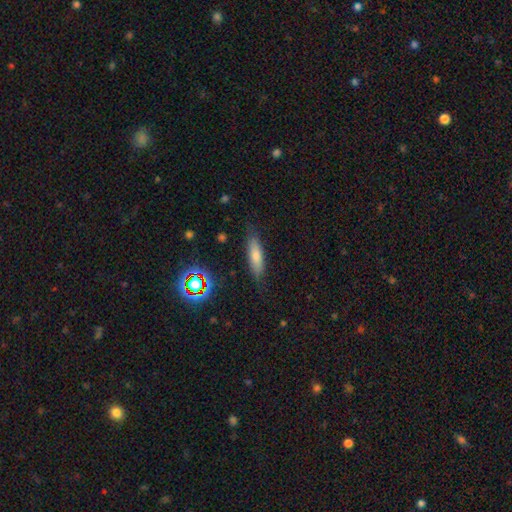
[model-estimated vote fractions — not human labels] Morphology: type=smooth (66%); roundness=cigar-shaped (63%); merging=none (81%).